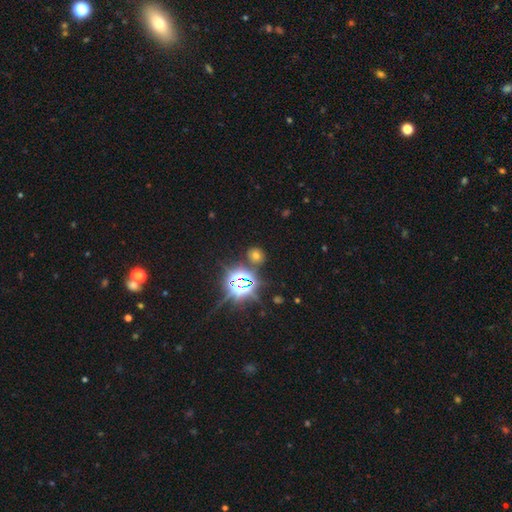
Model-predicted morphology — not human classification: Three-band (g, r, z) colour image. It shows a smooth galaxy with no disk features (51%) that is round (71%). Merging: none (83%).